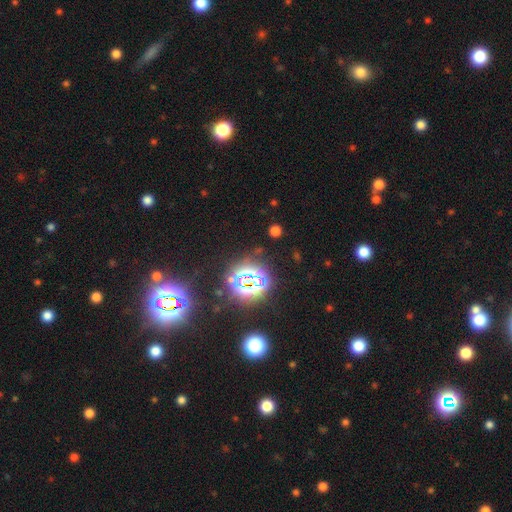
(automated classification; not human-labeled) star or artifact 77%, smooth 16%, featured or disk 8%.